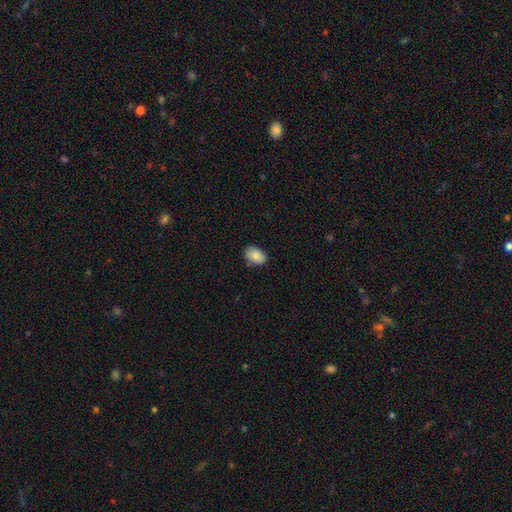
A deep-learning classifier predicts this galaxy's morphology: Smooth or featured? Predicted: smooth (p=0.85). How rounded? Predicted: in between (p=0.83). Merging? Predicted: none (p=0.74).